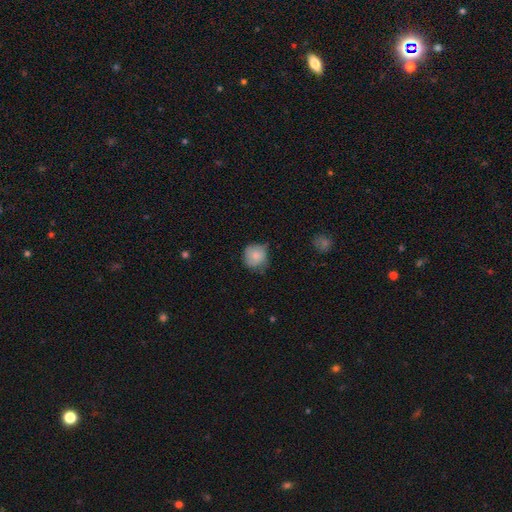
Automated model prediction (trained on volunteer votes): smooth 78%, featured or disk 14%, star or artifact 8%. Down the decision tree: how rounded — round (86%); merging — none (57%).